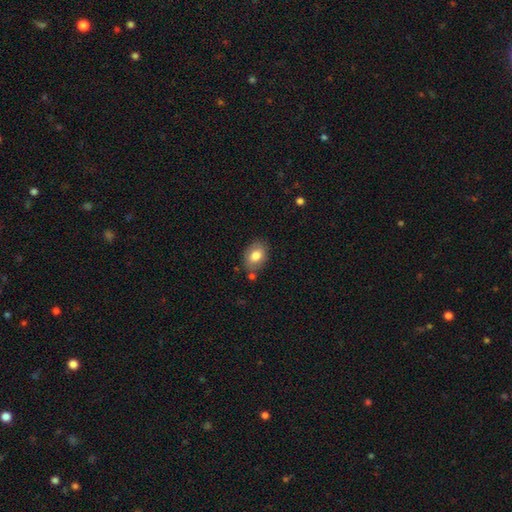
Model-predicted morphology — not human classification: The model was most divided on "how rounded": in between: 79%, round: 20%, cigar-shaped: 1%. More confident: smooth or featured — smooth (79%); merging — none (75%).